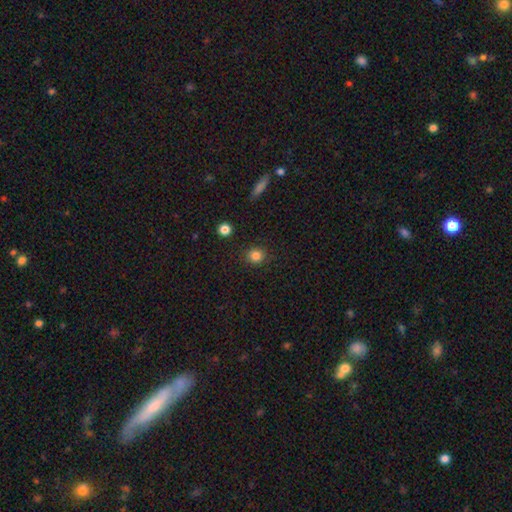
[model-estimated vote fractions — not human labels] A smooth galaxy with no disk features (84%) that is round (89%).

Vote fractions:
- Smooth or featured? smooth: 84% / star or artifact: 12% / featured or disk: 5%
- How rounded? round: 89% / in between: 10% / cigar-shaped: 1%
- Merging? none: 89% / minor disturbance: 7% / major disturbance: 2% / merger: 2%